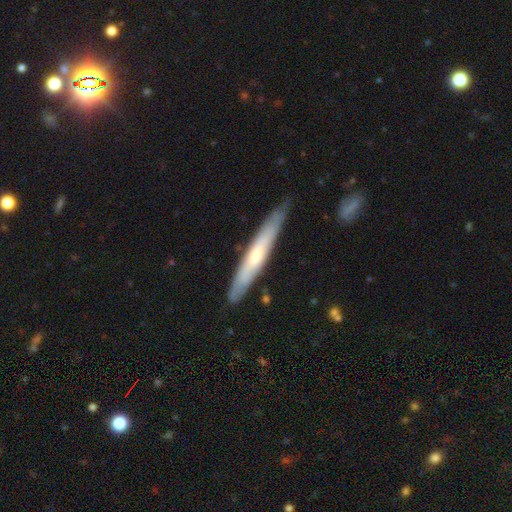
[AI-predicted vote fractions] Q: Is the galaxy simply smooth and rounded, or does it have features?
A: featured or disk — 59%.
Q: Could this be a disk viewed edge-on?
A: yes — 85%.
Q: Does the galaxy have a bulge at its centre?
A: rounded — 64%.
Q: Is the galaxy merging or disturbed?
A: none — 84%.